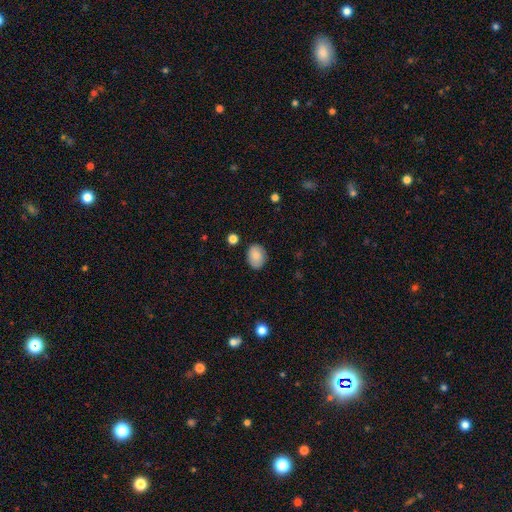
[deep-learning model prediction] Smooth or featured? Predicted: smooth (p=0.86). How rounded? Predicted: in between (p=0.67). Merging? Predicted: none (p=0.83).